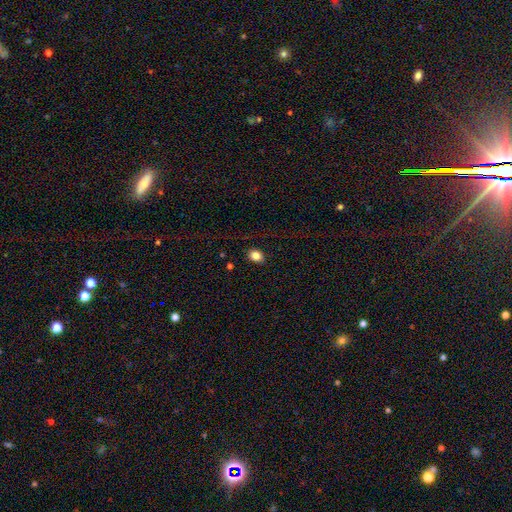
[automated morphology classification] This is clearly a smooth galaxy (85%). How rounded: possibly in between (59%). Merging: clearly none (86%).